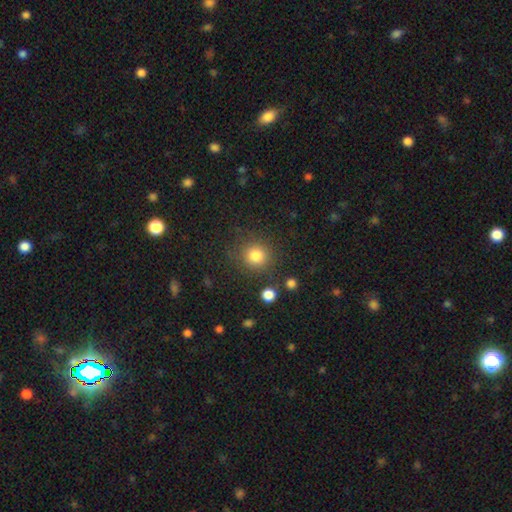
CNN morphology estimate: A smooth galaxy with no disk features (82%) that is round (90%). Merging: none (82%).